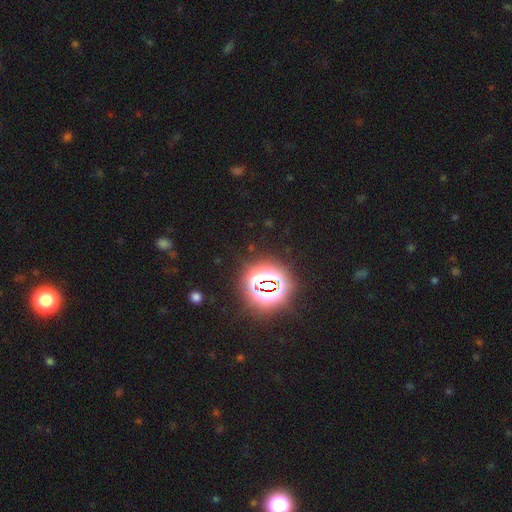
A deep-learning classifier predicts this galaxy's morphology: This is clearly a star or artifact rather than a galaxy (81%).